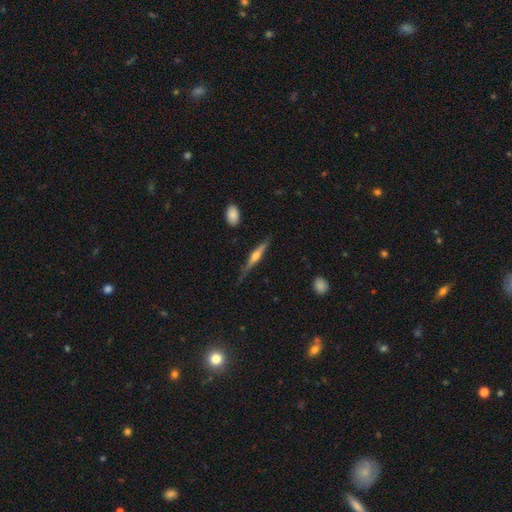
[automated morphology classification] Smooth or featured?
  - featured or disk: 68% *
  - smooth: 26%
  - star or artifact: 6%
Edge-on disk?
  - yes: 96% *
  - no: 4%
Edge-on bulge?
  - rounded: 91% *
  - boxy: 5%
  - none: 4%
Merging?
  - none: 74% *
  - minor disturbance: 20%
  - major disturbance: 4%
  - merger: 2%